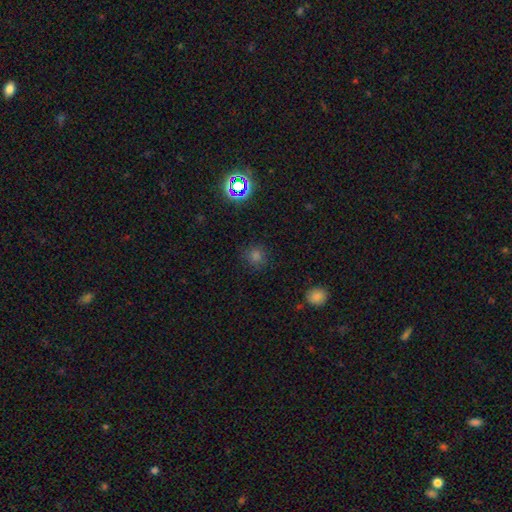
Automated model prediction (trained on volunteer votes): Smooth or featured? Predicted: smooth (p=0.64). How rounded? Predicted: round (p=0.91). Merging? Predicted: none (p=0.86).